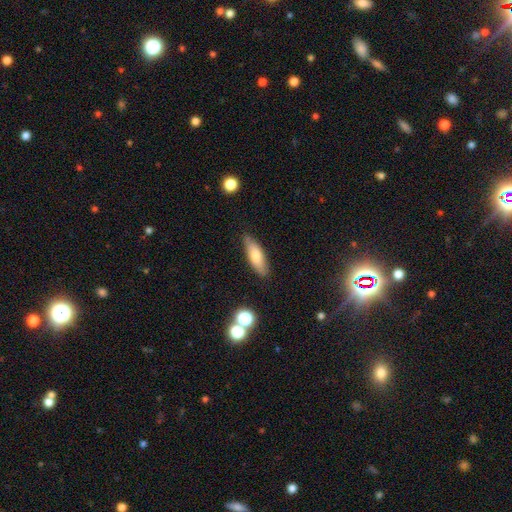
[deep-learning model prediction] A smooth galaxy with no disk features (72%) that is in between round and cigar-shaped (51%). Merging: none (84%).